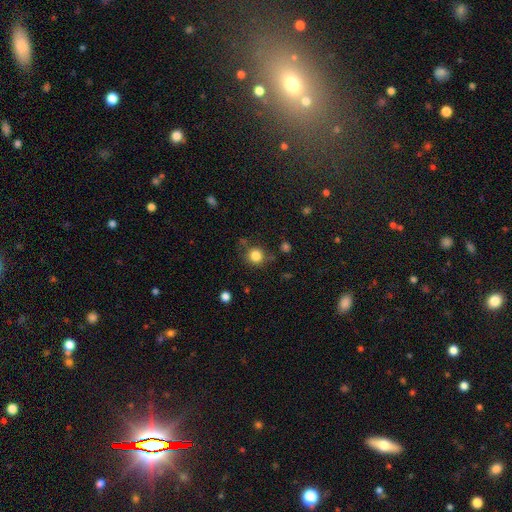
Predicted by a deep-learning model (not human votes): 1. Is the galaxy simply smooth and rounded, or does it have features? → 83% smooth, 12% star or artifact, 6% featured or disk.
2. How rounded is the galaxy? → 91% round, 9% in between, 1% cigar-shaped.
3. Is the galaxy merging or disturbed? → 77% none, 13% minor disturbance, 5% merger, 5% major disturbance.